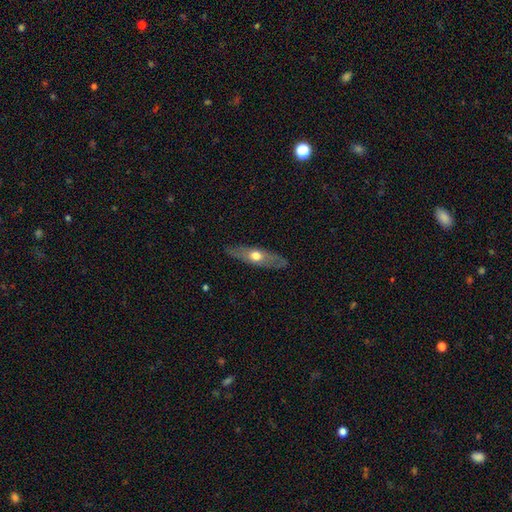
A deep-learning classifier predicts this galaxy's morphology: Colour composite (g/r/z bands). It shows a featured or disk galaxy (49%). Merging: none (84%).